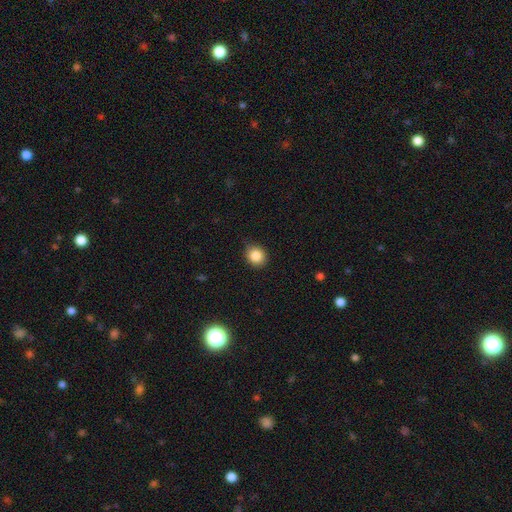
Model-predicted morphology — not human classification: Smooth or featured? Predicted: smooth (p=0.85). How rounded? Predicted: round (p=0.74). Merging? Predicted: none (p=0.86).